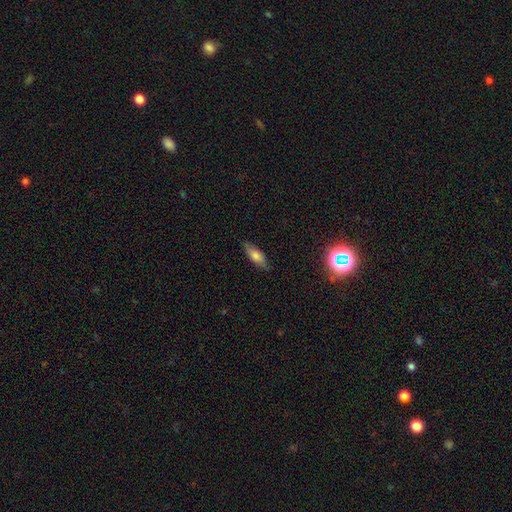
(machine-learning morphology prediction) smooth-or-featured: smooth: 70% | featured or disk: 21% | star or artifact: 9%
  how-rounded: in between: 73% | cigar-shaped: 24% | round: 3%
  merging: none: 80% | minor disturbance: 16% | major disturbance: 3% | merger: 1%